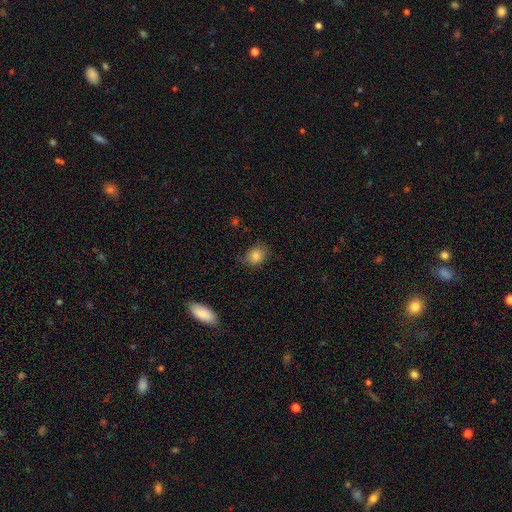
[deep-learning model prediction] Smooth or featured? smooth (82%)
How rounded? in between (52%)
Merging? none (70%)